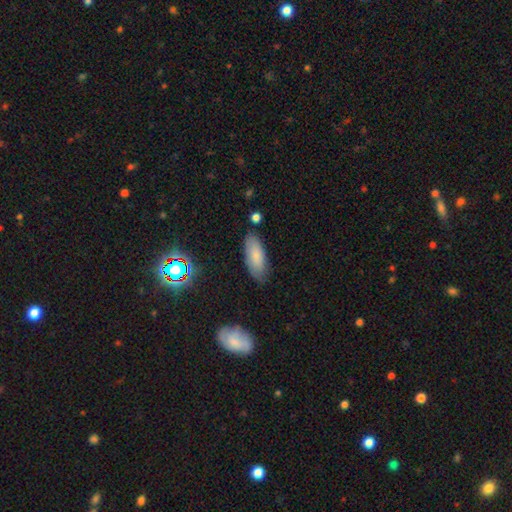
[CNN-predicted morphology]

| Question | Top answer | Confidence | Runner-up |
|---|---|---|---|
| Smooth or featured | smooth | 81% | featured or disk (12%) |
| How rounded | in between | 80% | cigar-shaped (19%) |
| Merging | none | 78% | minor disturbance (16%) |